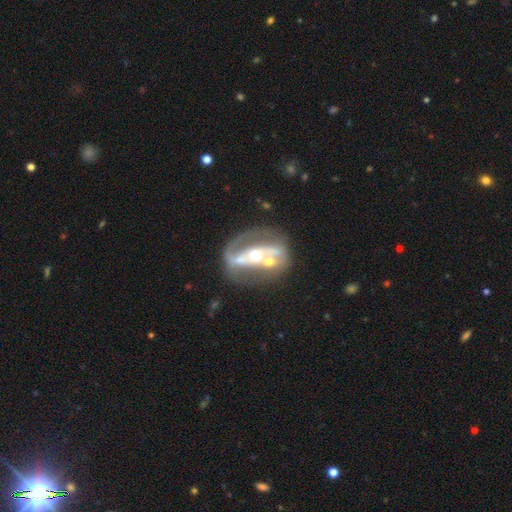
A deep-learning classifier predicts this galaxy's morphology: Smooth or featured? Predicted: featured or disk (p=0.83). Edge-on disk? Predicted: no (p=0.92). Bar? Predicted: strong (p=0.51). Spiral arms? Predicted: yes (p=0.67). Spiral winding? Predicted: medium (p=0.42). Spiral arm count? Predicted: 2 (p=0.79). Bulge size? Predicted: moderate (p=0.71). Merging? Predicted: none (p=0.46).